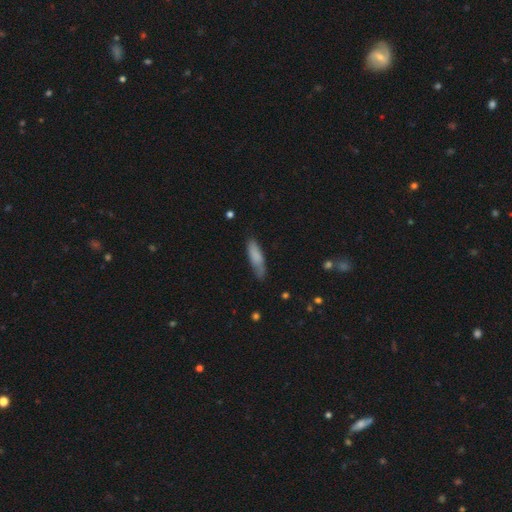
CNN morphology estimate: Smooth or featured? Predicted: smooth (p=0.80). How rounded? Predicted: cigar-shaped (p=0.60). Merging? Predicted: none (p=0.69).